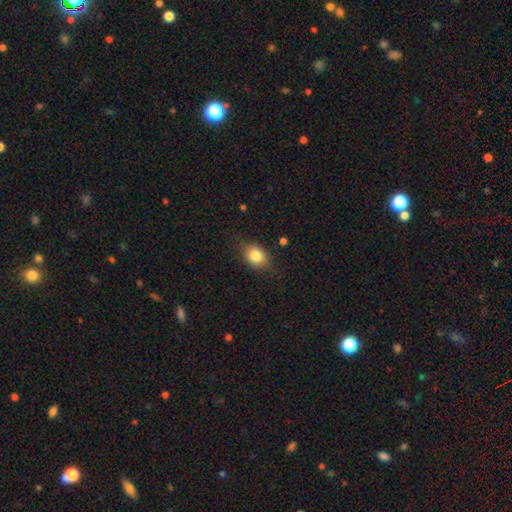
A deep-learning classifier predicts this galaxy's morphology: Q: Smooth or featured?
A: smooth (81%); runner-up: featured or disk (10%)
Q: How rounded?
A: in between (61%); runner-up: round (37%)
Q: Merging?
A: none (77%); runner-up: minor disturbance (18%)